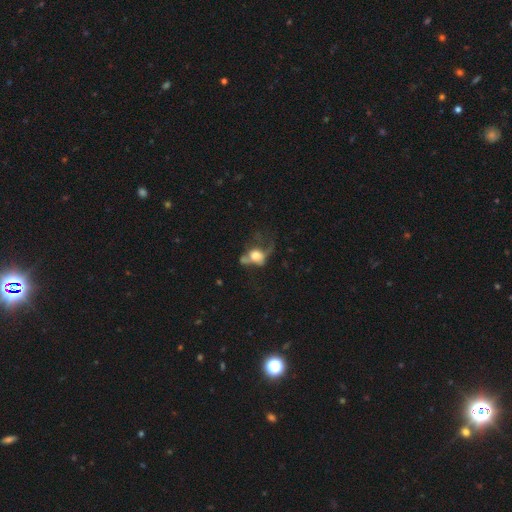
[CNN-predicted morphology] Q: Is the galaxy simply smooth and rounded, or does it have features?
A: smooth — 52%.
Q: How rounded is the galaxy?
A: in between — 51%.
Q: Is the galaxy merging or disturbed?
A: major disturbance — 49%.